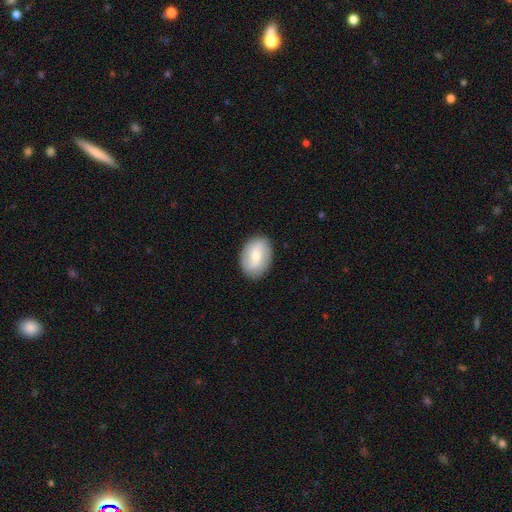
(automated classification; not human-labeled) A smooth galaxy with no disk features (55%) that is in between round and cigar-shaped (81%).

Vote fractions:
- Smooth or featured? smooth: 55% / featured or disk: 39% / star or artifact: 6%
- How rounded? in between: 81% / round: 18% / cigar-shaped: 1%
- Merging? none: 86% / minor disturbance: 10% / major disturbance: 3% / merger: 1%